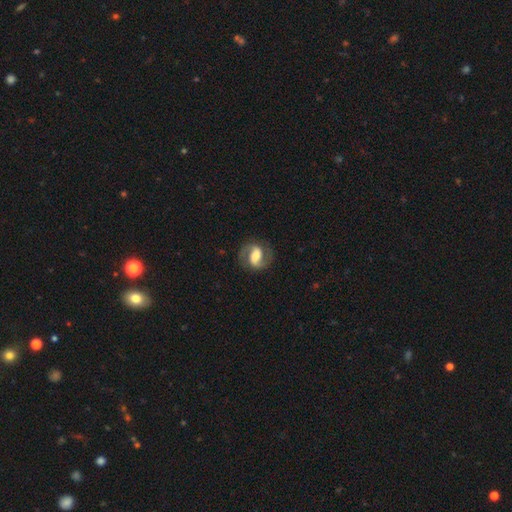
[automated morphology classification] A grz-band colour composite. It shows a featured or disk galaxy (80%) with a weak bar (40%), 2 (92%) medium (56%) spiral arms (94%) and a moderate central bulge (56%). Merging: none (82%).